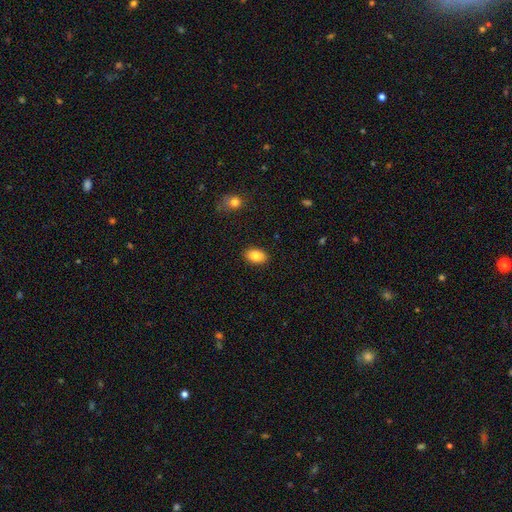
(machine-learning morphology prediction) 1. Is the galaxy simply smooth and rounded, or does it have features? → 84% smooth, 8% featured or disk, 8% star or artifact.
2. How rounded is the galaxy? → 88% in between, 11% round, 1% cigar-shaped.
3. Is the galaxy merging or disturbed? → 88% none, 8% minor disturbance, 2% major disturbance, 1% merger.